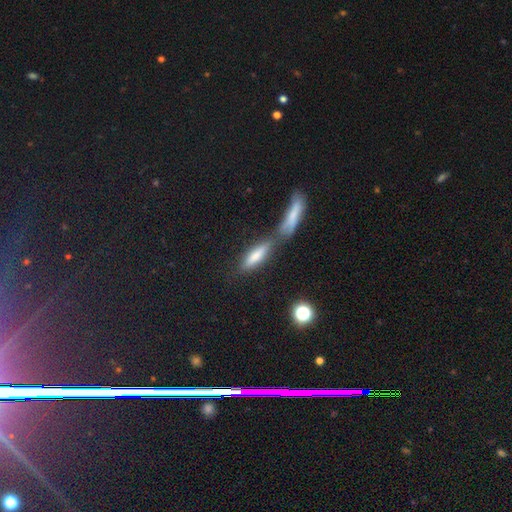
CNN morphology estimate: A smooth galaxy with no disk features (55%) that is cigar-shaped (60%).

Vote fractions:
- Smooth or featured? smooth: 55% / featured or disk: 24% / star or artifact: 21%
- How rounded? cigar-shaped: 60% / in between: 35% / round: 5%
- Merging? none: 49% / merger: 34% / minor disturbance: 11% / major disturbance: 6%